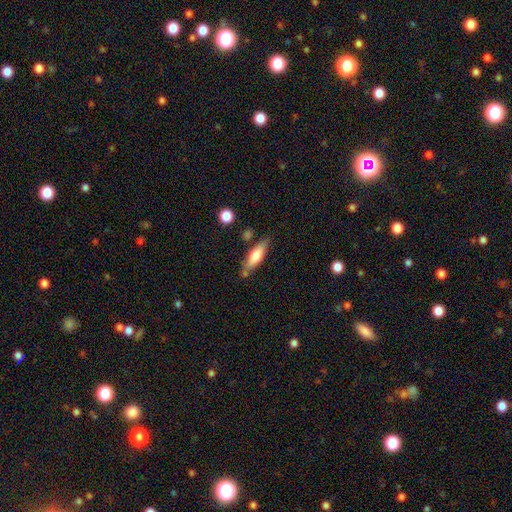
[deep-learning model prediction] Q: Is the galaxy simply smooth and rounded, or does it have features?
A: smooth — 57%.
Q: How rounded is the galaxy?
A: cigar-shaped — 61%.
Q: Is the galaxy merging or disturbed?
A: none — 73%.